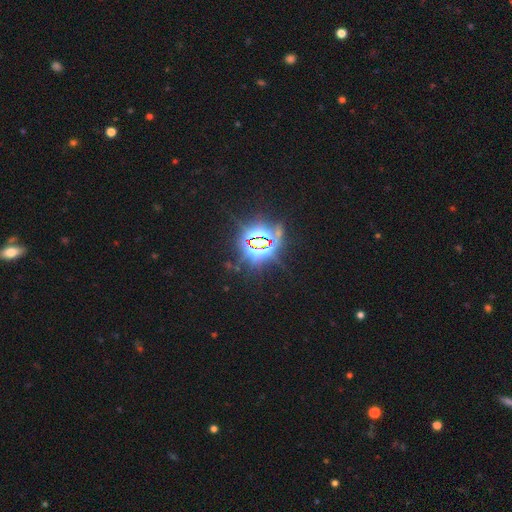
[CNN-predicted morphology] smooth-or-featured: star or artifact: 85% | smooth: 8% | featured or disk: 7%